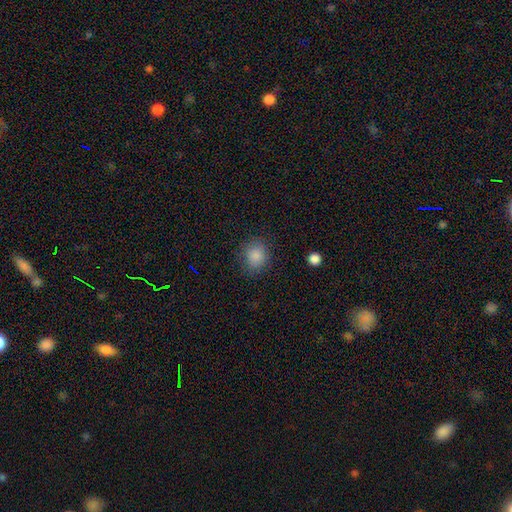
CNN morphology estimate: Smooth or featured: smooth — 86% (star or artifact — 10%)
How rounded: round — 77% (in between — 22%)
Merging: none — 84% (minor disturbance — 11%)